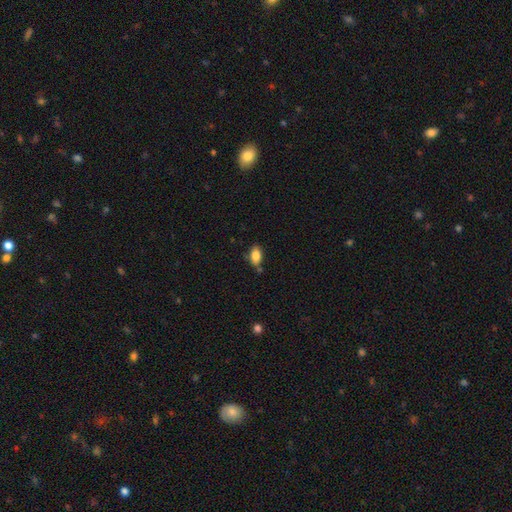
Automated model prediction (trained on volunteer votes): A smooth galaxy with no disk features (84%) that is in between round and cigar-shaped (90%). Merging: none (69%).